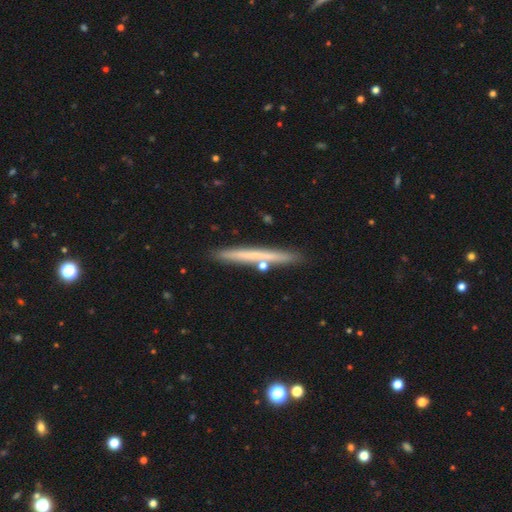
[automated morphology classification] Smooth or featured? Predicted: smooth (p=0.48). Merging? Predicted: none (p=0.87).